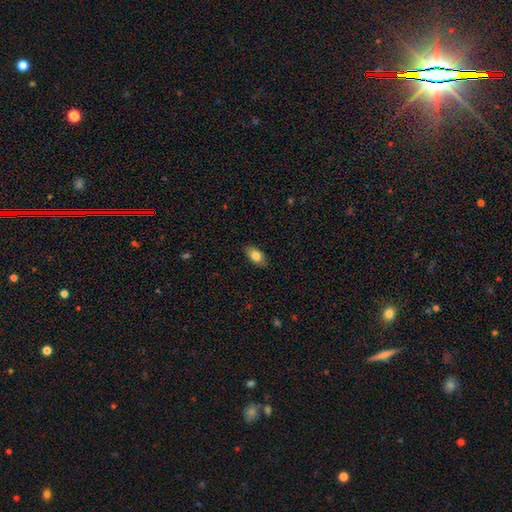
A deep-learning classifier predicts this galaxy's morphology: A smooth galaxy with no disk features (82%) that is in between round and cigar-shaped (90%).

Vote fractions:
- Smooth or featured? smooth: 82% / featured or disk: 10% / star or artifact: 7%
- How rounded? in between: 90% / round: 7% / cigar-shaped: 3%
- Merging? none: 85% / minor disturbance: 12% / major disturbance: 2% / merger: 1%